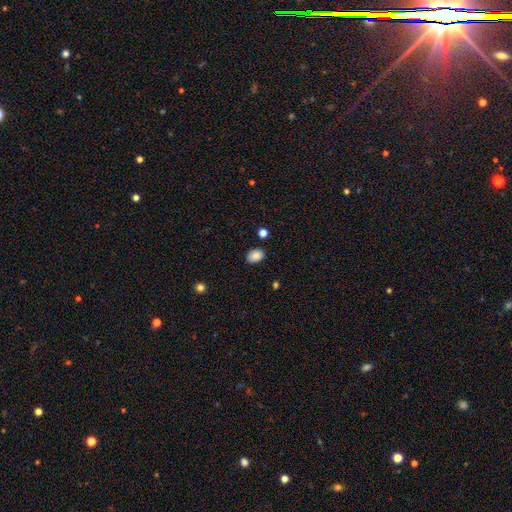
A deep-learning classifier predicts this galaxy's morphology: A smooth galaxy with no disk features (84%) that is in between round and cigar-shaped (72%).

Vote fractions:
- Smooth or featured? smooth: 84% / star or artifact: 9% / featured or disk: 7%
- How rounded? in between: 72% / round: 27% / cigar-shaped: 1%
- Merging? none: 84% / minor disturbance: 11% / merger: 2% / major disturbance: 2%